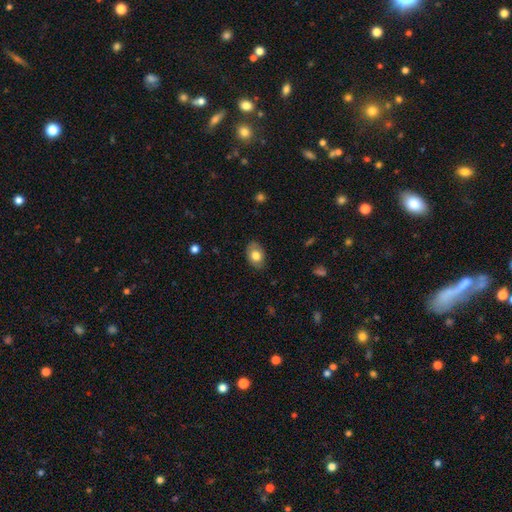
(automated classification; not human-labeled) This appears to be a smooth galaxy with no disk features (76%) that is in between round and cigar-shaped (81%). Merging: none (80%).